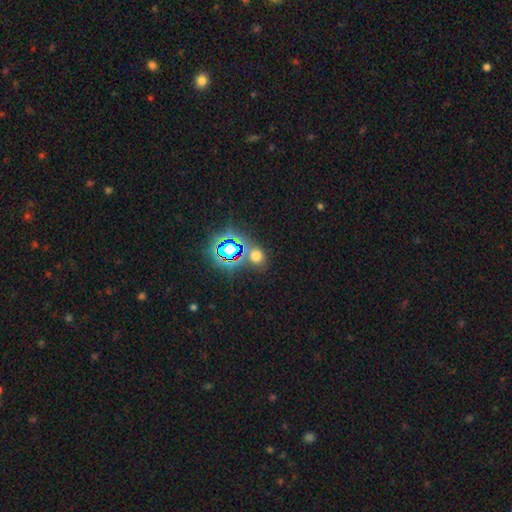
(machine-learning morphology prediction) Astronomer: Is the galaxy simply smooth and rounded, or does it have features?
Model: smooth — 54% (runner-up: star or artifact, 39%).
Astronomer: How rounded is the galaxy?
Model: round — 69%.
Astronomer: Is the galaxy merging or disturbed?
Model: none — 71%.